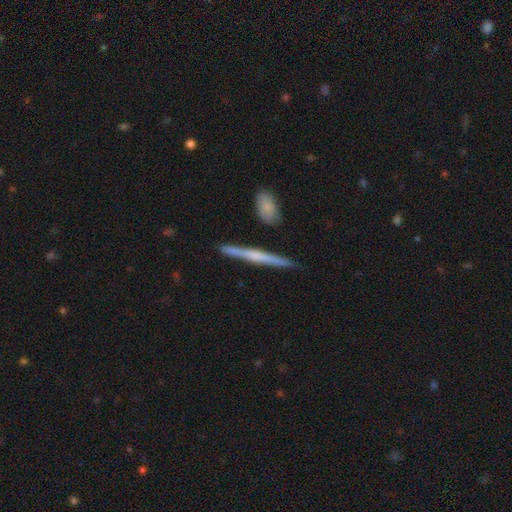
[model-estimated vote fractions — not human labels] Overall: featured or disk (57%; smooth 37%). Edge-on disk: yes (97%). Edge-on bulge: none (58%; rounded 33%). Merging: none (88%).